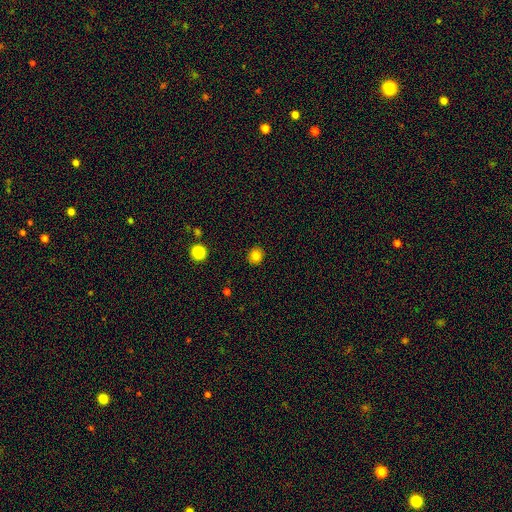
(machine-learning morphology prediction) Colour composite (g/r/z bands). It shows a smooth galaxy with no disk features (82%) that is round (84%). Merging: none (90%).